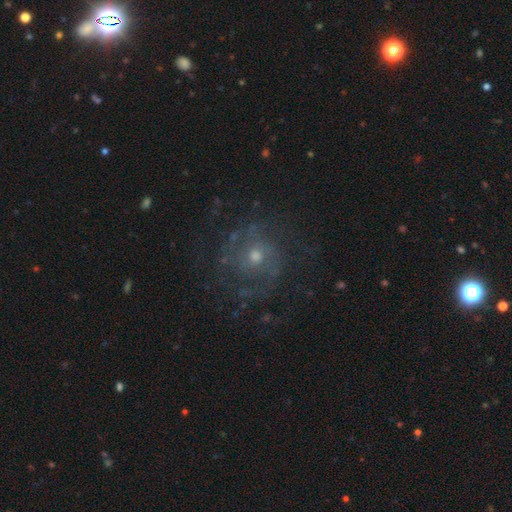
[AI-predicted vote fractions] Overall: featured or disk (69%). Edge-on disk: no (97%). Bar: no (78%). Spiral arms: yes (84%). Spiral arm count: 2 (36%; can't tell 33%). Spiral winding: tight (43%; medium 42%). Bulge size: moderate (54%; small 40%). Merging: none (69%).